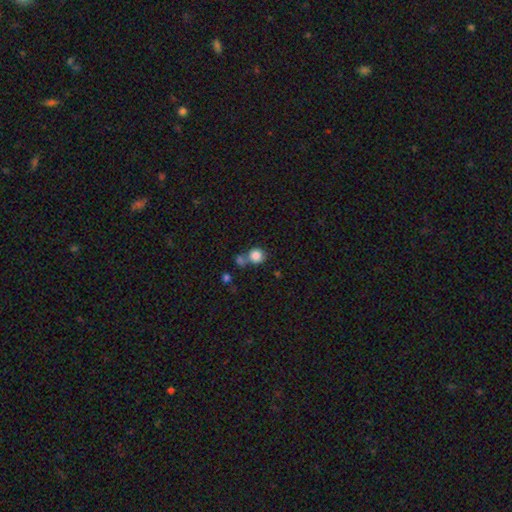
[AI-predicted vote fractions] smooth_or_featured: smooth (p=0.84) [alt: star or artifact p=0.10]
how_rounded: round (p=0.88) [alt: in between p=0.11]
merging: none (p=0.53) [alt: merger p=0.33]